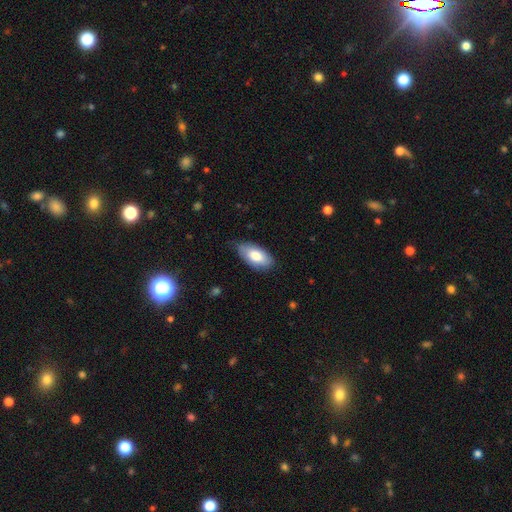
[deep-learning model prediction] Smooth or featured?
  - smooth: 79% *
  - featured or disk: 15%
  - star or artifact: 6%
How rounded?
  - in between: 93% *
  - cigar-shaped: 5%
  - round: 2%
Merging?
  - none: 74% *
  - minor disturbance: 22%
  - major disturbance: 3%
  - merger: 1%